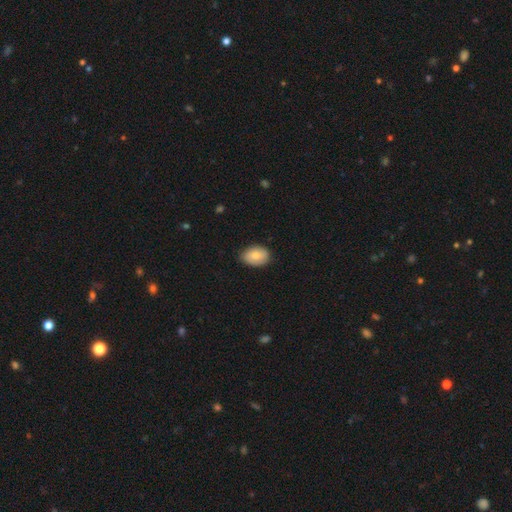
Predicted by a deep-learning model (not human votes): Overall: smooth (75%). How rounded: in between (77%). Merging: none (81%).